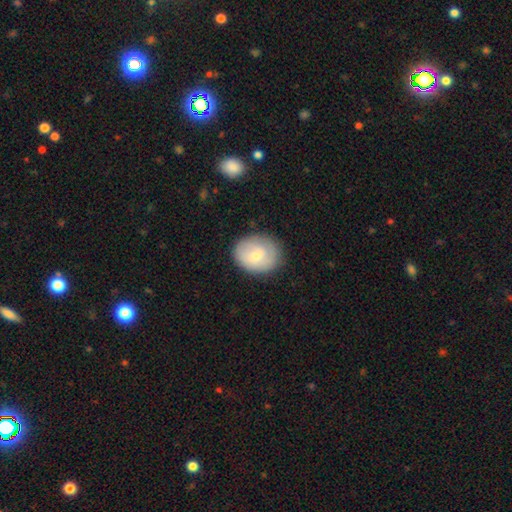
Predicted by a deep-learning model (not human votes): This is likely a smooth galaxy (62%). How rounded: likely round (63%). Merging: likely none (80%).